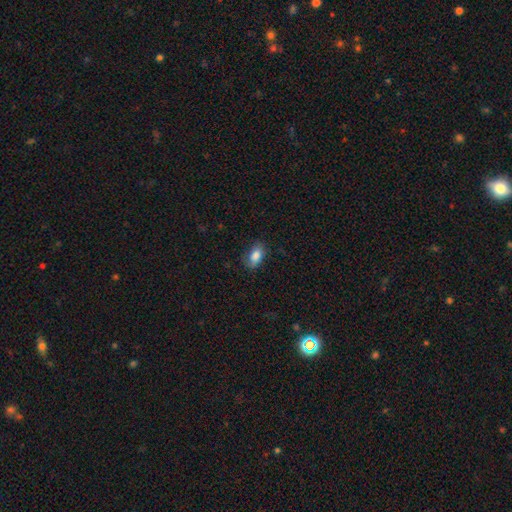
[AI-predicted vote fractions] A smooth galaxy with no disk features (83%) that is in between round and cigar-shaped (89%). Merging: none (73%).